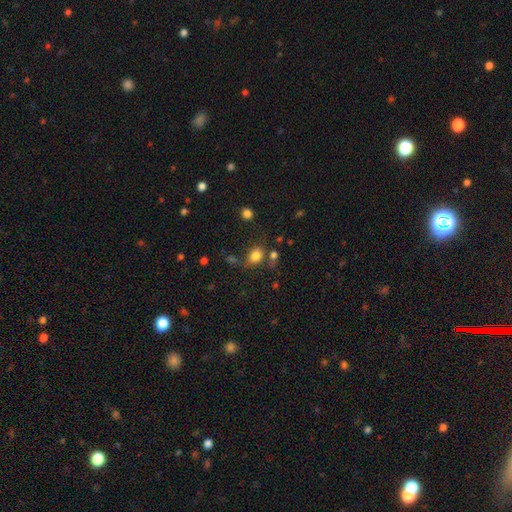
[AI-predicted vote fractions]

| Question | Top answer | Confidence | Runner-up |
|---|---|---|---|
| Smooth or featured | smooth | 80% | star or artifact (12%) |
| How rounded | in between | 56% | round (43%) |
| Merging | none | 64% | minor disturbance (17%) |